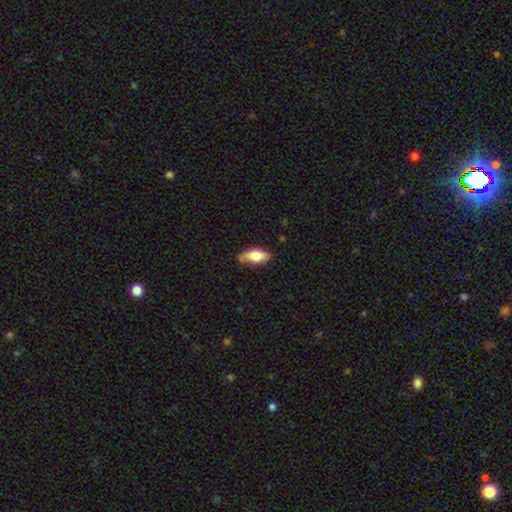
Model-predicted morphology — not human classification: This is likely a smooth galaxy (67%). How rounded: likely in between (79%). Merging: likely none (72%).